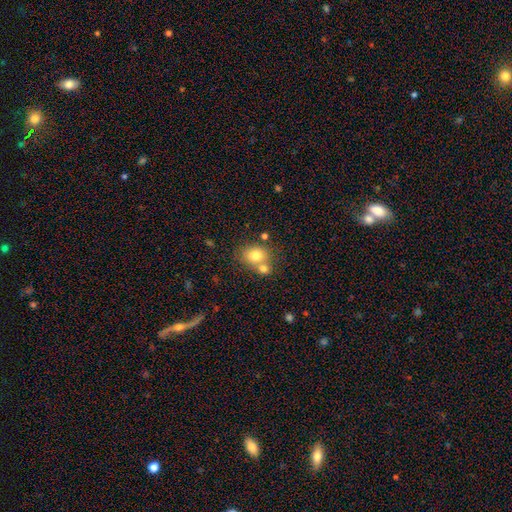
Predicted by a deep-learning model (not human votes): A smooth galaxy with no disk features (76%) that is round (58%).

Vote fractions:
- Smooth or featured? smooth: 76% / featured or disk: 13% / star or artifact: 11%
- How rounded? round: 58% / in between: 41% / cigar-shaped: 1%
- Merging? none: 49% / merger: 37% / minor disturbance: 10% / major disturbance: 3%